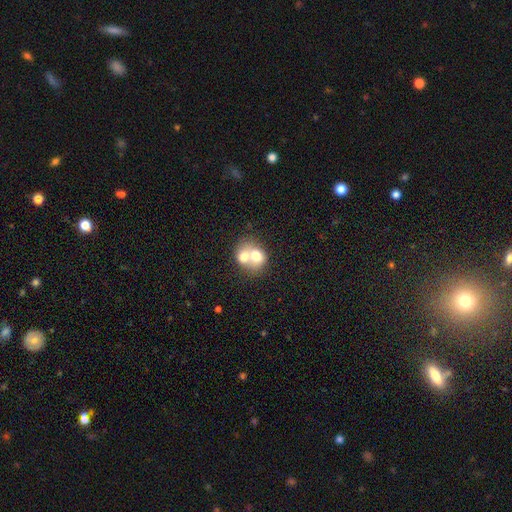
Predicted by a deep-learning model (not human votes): Overall: smooth (66%; featured or disk 26%). How rounded: round (60%; in between 39%). Merging: merger (75%).